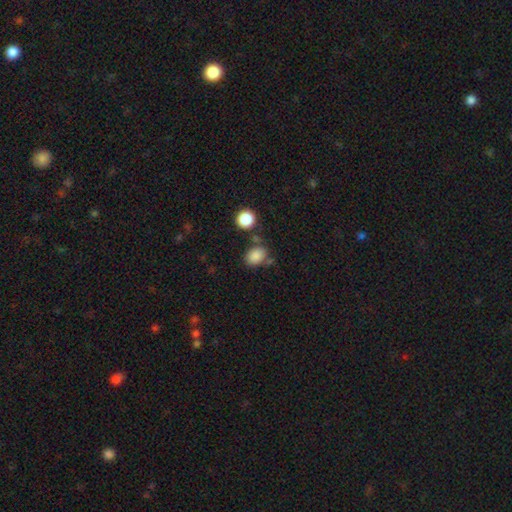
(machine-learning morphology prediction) Q: Smooth or featured?
A: smooth (85%); runner-up: star or artifact (10%)
Q: How rounded?
A: in between (64%); runner-up: round (35%)
Q: Merging?
A: none (69%); runner-up: minor disturbance (15%)